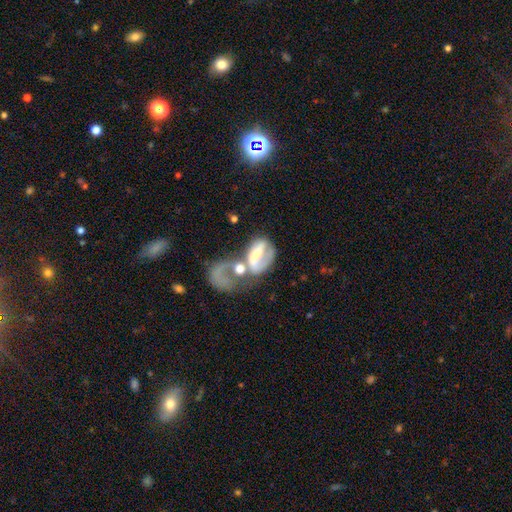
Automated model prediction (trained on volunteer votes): The model was most divided on "bar": no: 35%, strong: 34%, weak: 31%. Remaining: edge-on disk — no (94%); smooth or featured — featured or disk (58%); spiral arms — yes (58%); merging — merger (49%); bulge size — moderate (41%).